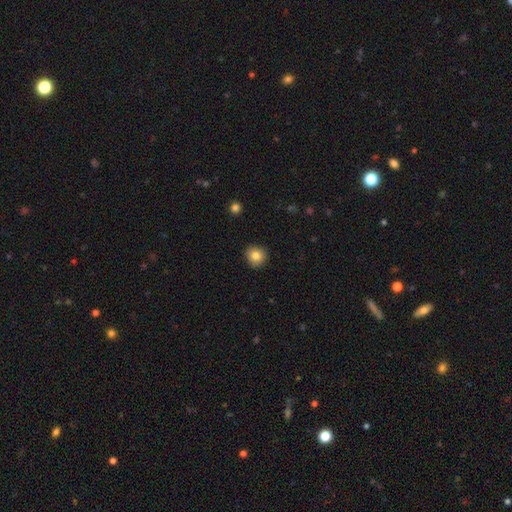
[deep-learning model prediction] smooth-or-featured: smooth: 83% | star or artifact: 10% | featured or disk: 7%
  how-rounded: round: 91% | in between: 8% | cigar-shaped: 1%
  merging: none: 90% | minor disturbance: 7% | major disturbance: 2% | merger: 1%